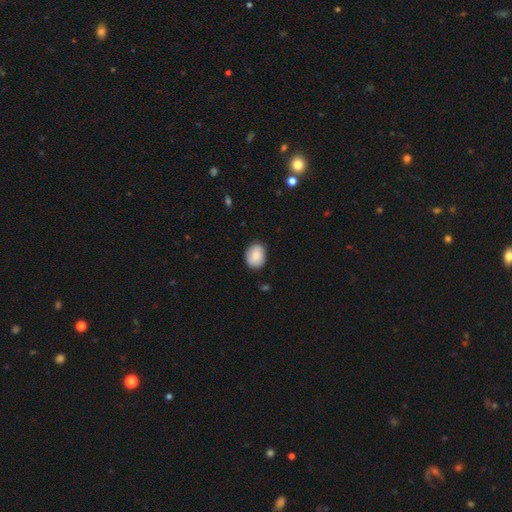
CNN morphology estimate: Smooth or featured?
  - smooth: 82% *
  - featured or disk: 11%
  - star or artifact: 7%
How rounded?
  - in between: 59% *
  - round: 40%
  - cigar-shaped: 1%
Merging?
  - none: 82% *
  - minor disturbance: 14%
  - major disturbance: 3%
  - merger: 1%